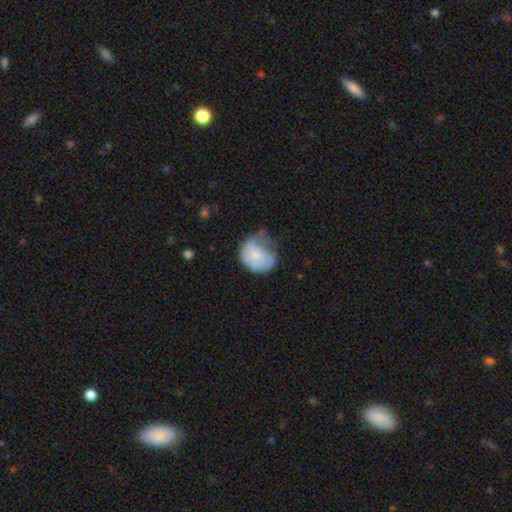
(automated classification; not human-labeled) Morphology: type=smooth (69%); roundness=round (55%); merging=minor disturbance (39%).